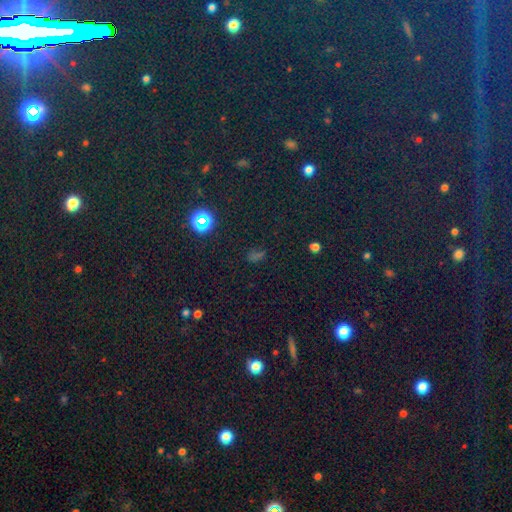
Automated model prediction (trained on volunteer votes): Smooth or featured: star or artifact — 55% (smooth — 35%)